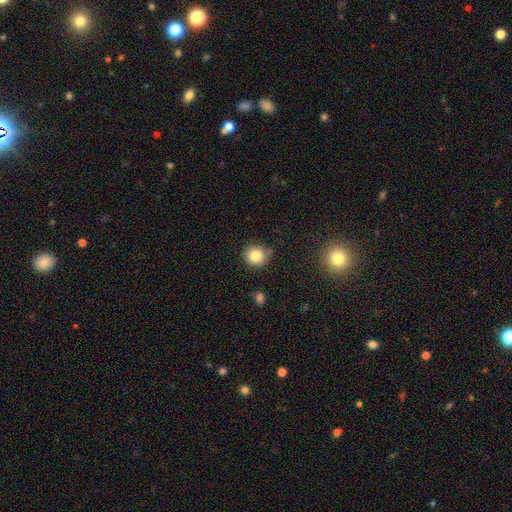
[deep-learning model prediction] Smooth or featured: smooth — 83% (star or artifact — 11%)
How rounded: round — 90% (in between — 9%)
Merging: none — 79% (minor disturbance — 15%)